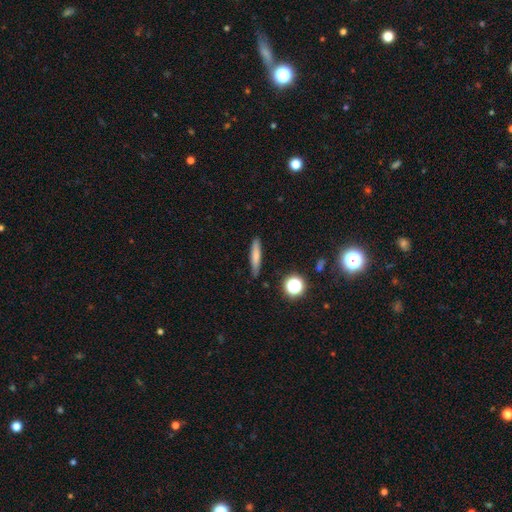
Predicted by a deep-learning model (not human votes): smooth-or-featured: smooth: 73% | featured or disk: 17% | star or artifact: 10%
  how-rounded: cigar-shaped: 87% | in between: 10% | round: 3%
  merging: none: 85% | minor disturbance: 11% | major disturbance: 2% | merger: 2%